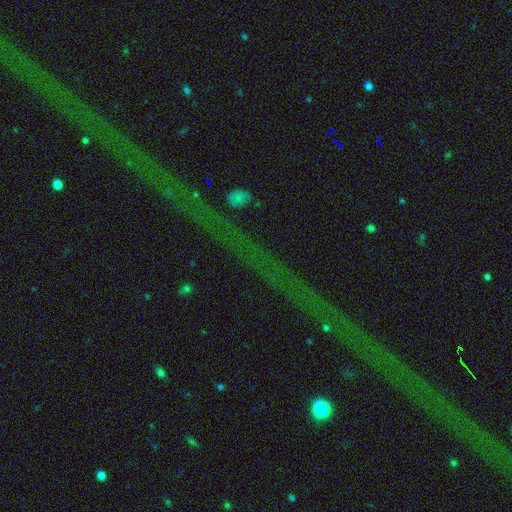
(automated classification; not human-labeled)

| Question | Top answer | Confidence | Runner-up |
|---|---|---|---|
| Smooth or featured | star or artifact | 75% | featured or disk (15%) |